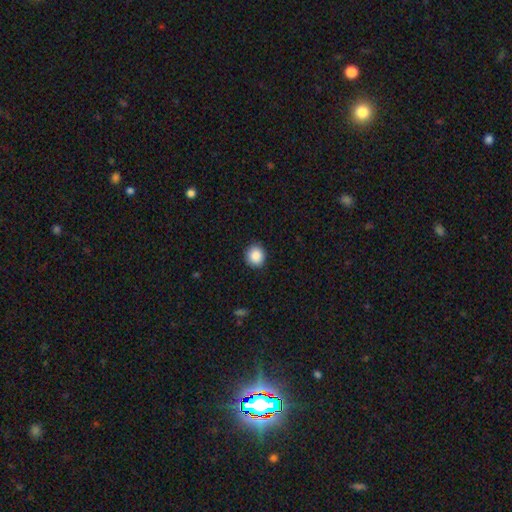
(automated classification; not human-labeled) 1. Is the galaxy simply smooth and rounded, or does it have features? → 88% smooth, 8% star or artifact, 3% featured or disk.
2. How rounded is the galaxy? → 85% round, 14% in between, 1% cigar-shaped.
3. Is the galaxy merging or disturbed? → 90% none, 7% minor disturbance, 2% major disturbance, 1% merger.